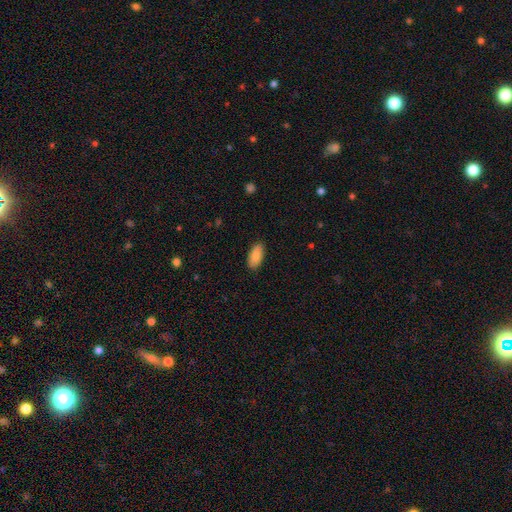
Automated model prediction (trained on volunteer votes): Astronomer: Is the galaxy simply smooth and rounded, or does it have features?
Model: smooth — 86%.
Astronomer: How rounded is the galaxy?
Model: in between — 92%.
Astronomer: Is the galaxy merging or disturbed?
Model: none — 89%.